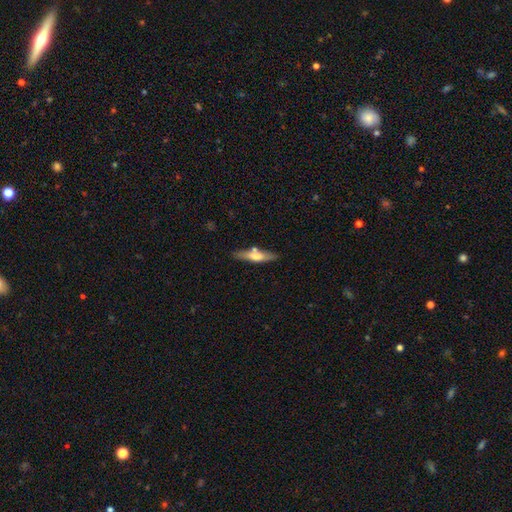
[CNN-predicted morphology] Smooth or featured?
  - smooth: 52% *
  - featured or disk: 42%
  - star or artifact: 6%
How rounded?
  - cigar-shaped: 77% *
  - in between: 21%
  - round: 2%
Merging?
  - none: 77% *
  - minor disturbance: 12%
  - merger: 8%
  - major disturbance: 3%